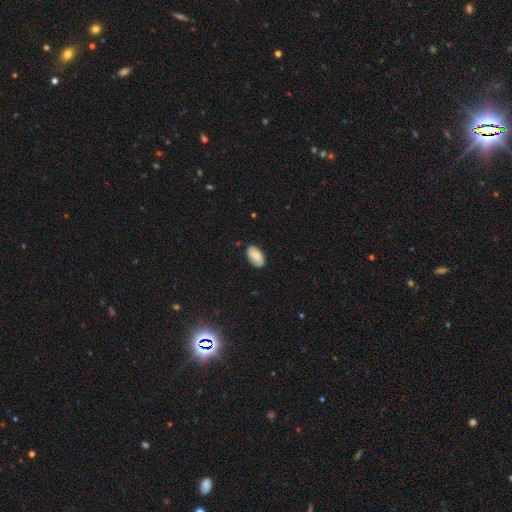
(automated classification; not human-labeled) A smooth galaxy with no disk features (82%) that is in between round and cigar-shaped (95%).

Vote fractions:
- Smooth or featured? smooth: 82% / featured or disk: 11% / star or artifact: 7%
- How rounded? in between: 95% / round: 3% / cigar-shaped: 2%
- Merging? none: 84% / minor disturbance: 12% / major disturbance: 2% / merger: 1%